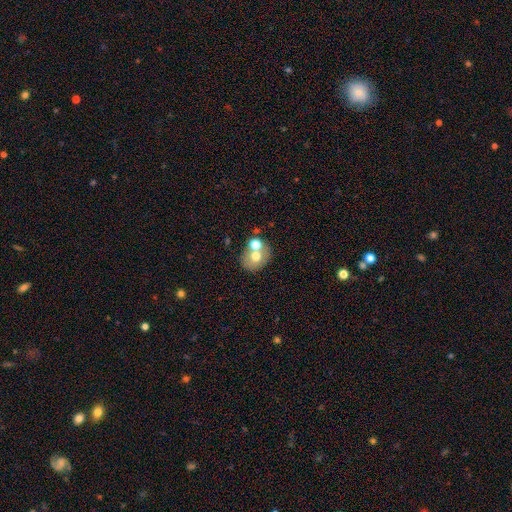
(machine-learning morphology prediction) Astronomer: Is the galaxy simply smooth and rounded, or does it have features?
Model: smooth — 64%.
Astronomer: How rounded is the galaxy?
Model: round — 58% (runner-up: in between, 41%).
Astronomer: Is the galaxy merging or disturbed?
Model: none — 51% (runner-up: merger, 34%).